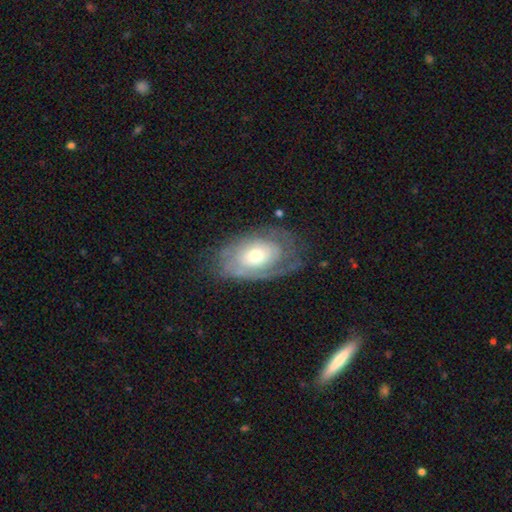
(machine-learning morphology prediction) Smooth or featured?
  - featured or disk: 63% *
  - smooth: 31%
  - star or artifact: 6%
Edge-on disk?
  - no: 92% *
  - yes: 8%
Bar?
  - no: 82% *
  - weak: 14%
  - strong: 3%
Spiral arms?
  - yes: 67% *
  - no: 33%
Bulge size?
  - moderate: 56% *
  - small: 33%
  - large: 8%
  - dominant: 1%
  - none: 1%
Merging?
  - none: 64% *
  - minor disturbance: 22%
  - major disturbance: 12%
  - merger: 2%